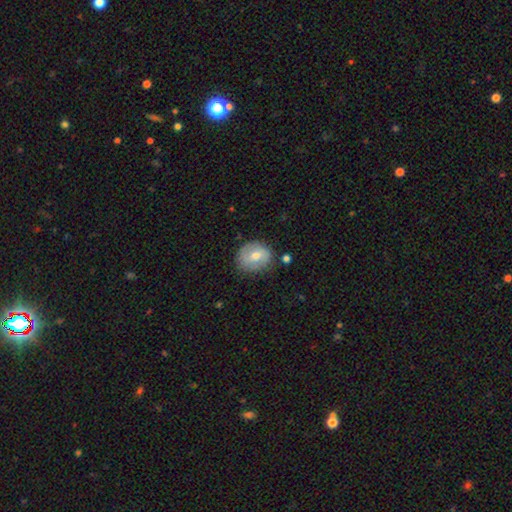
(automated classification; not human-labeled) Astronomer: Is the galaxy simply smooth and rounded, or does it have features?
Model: smooth — 56% (runner-up: featured or disk, 37%).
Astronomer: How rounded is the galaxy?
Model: round — 62%.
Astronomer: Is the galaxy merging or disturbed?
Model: none — 75%.